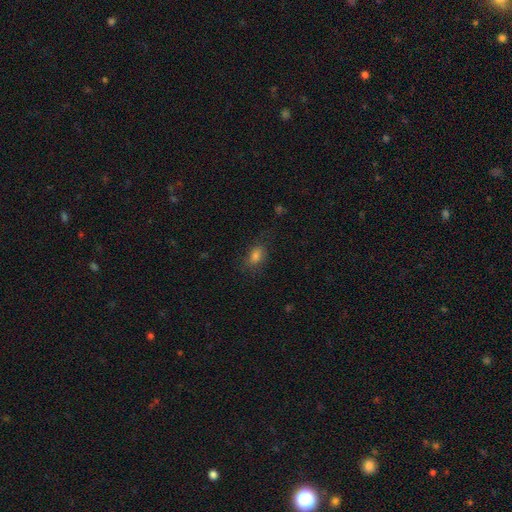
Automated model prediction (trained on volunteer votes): Smooth or featured? Predicted: smooth (p=0.76). How rounded? Predicted: in between (p=0.80). Merging? Predicted: none (p=0.72).